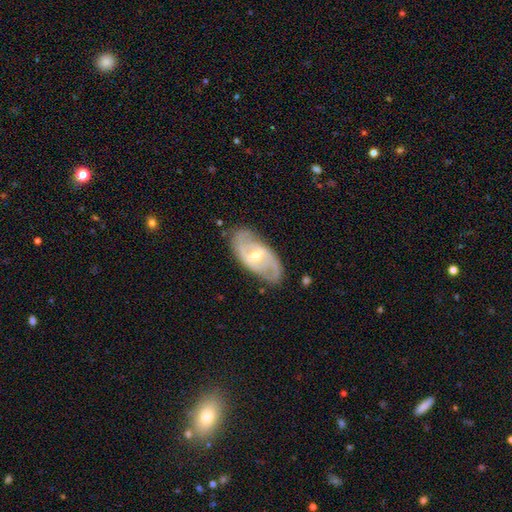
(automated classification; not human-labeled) Morphology: type=featured or disk (82%); edge-on=no (93%); bar=weak (53%); spiral arms=yes (91%); winding=medium (47%); arm count=2 (75%); bulge=moderate (50%); merging=none (78%).